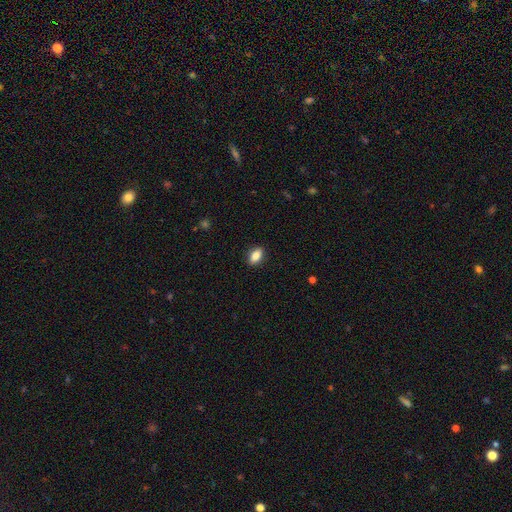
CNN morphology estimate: smooth_or_featured: smooth (p=0.85) [alt: star or artifact p=0.08]
how_rounded: in between (p=0.86) [alt: round p=0.08]
merging: none (p=0.89) [alt: minor disturbance p=0.08]